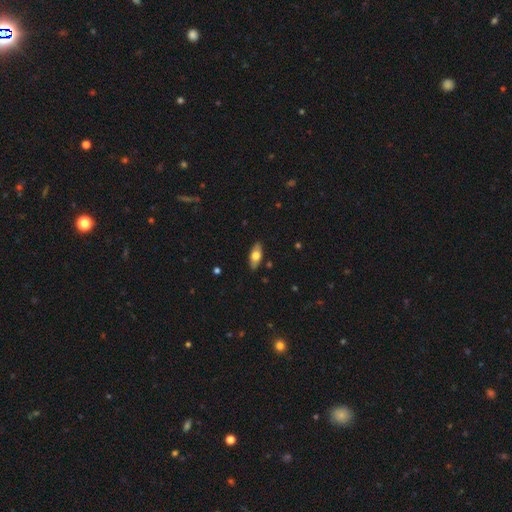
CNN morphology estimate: A smooth galaxy with no disk features (66%) that is in between round and cigar-shaped (84%).

Vote fractions:
- Smooth or featured? smooth: 66% / featured or disk: 28% / star or artifact: 6%
- How rounded? in between: 84% / cigar-shaped: 13% / round: 3%
- Merging? none: 87% / minor disturbance: 10% / major disturbance: 2% / merger: 1%